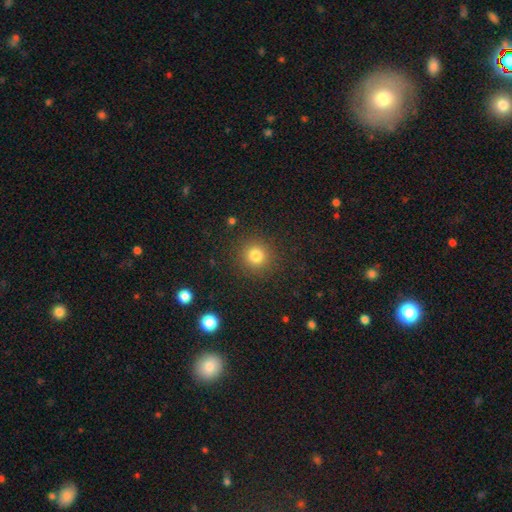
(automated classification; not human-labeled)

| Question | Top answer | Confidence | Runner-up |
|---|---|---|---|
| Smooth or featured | smooth | 81% | star or artifact (13%) |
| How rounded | round | 93% | in between (6%) |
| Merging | none | 90% | minor disturbance (6%) |